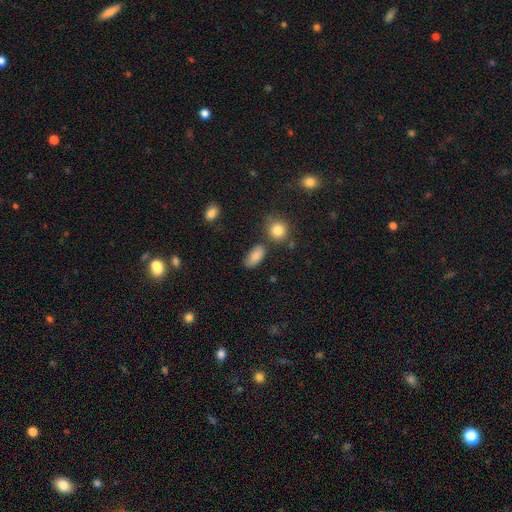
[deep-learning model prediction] smooth-or-featured: smooth: 85% | star or artifact: 8% | featured or disk: 6%
  how-rounded: in between: 90% | round: 6% | cigar-shaped: 4%
  merging: none: 69% | minor disturbance: 19% | merger: 7% | major disturbance: 5%